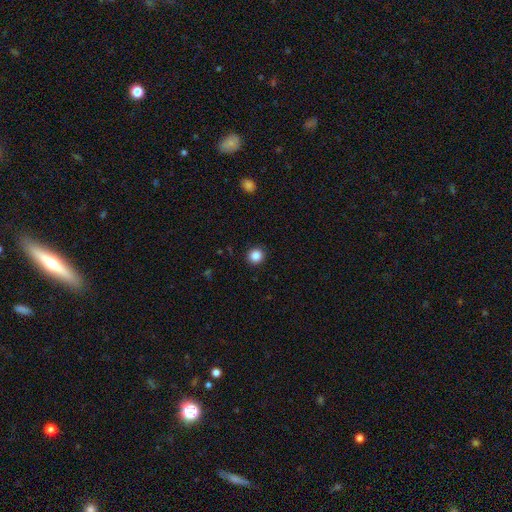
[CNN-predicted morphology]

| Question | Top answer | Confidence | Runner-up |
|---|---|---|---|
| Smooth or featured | smooth | 86% | star or artifact (10%) |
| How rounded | round | 93% | in between (6%) |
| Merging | none | 92% | minor disturbance (5%) |